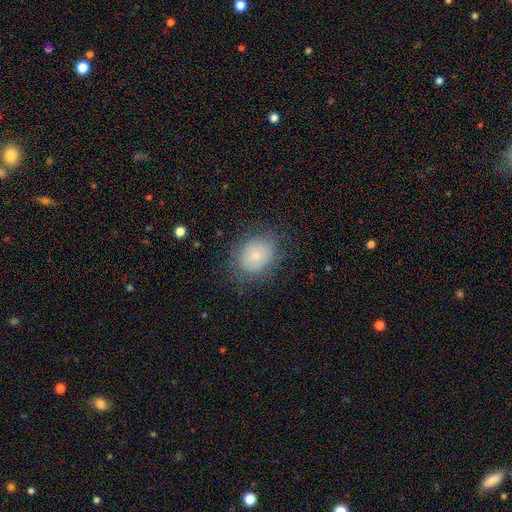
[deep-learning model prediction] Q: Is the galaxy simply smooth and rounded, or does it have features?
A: smooth — 78%.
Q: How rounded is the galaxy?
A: round — 53%.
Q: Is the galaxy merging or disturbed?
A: none — 75%.